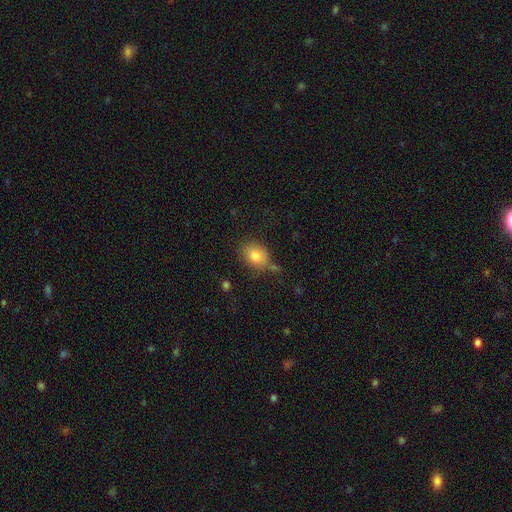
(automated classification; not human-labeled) Smooth or featured: smooth — 81% (star or artifact — 10%)
How rounded: in between — 53% (round — 46%)
Merging: none — 67% (minor disturbance — 20%)